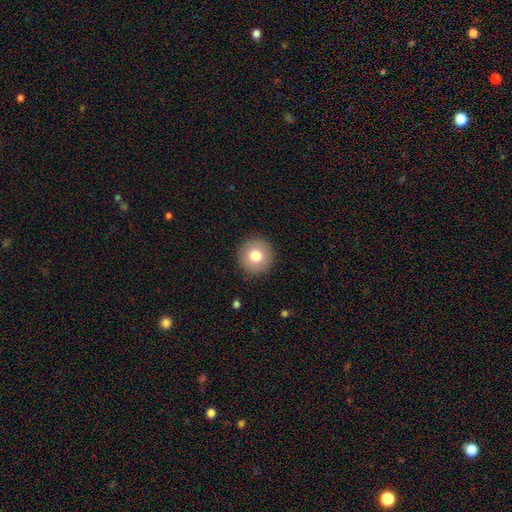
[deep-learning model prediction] This is likely a smooth galaxy (78%). How rounded: clearly round (95%). Merging: clearly none (91%).